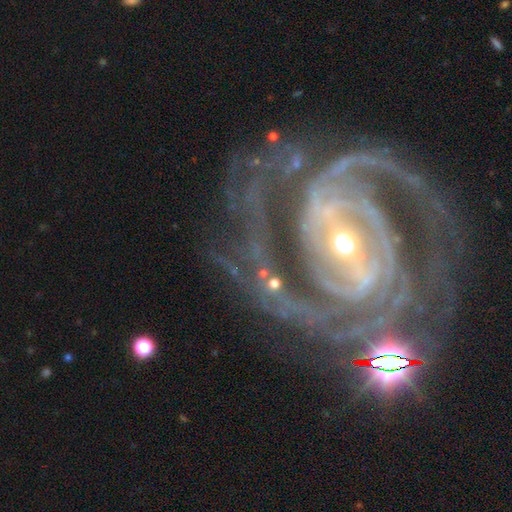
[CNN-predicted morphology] smooth_or_featured: featured or disk (p=0.92) [alt: star or artifact p=0.06]
disk_edge_on: no (p=0.98) [alt: yes p=0.02]
bar: strong (p=0.53) [alt: weak p=0.32]
has_spiral_arms: yes (p=0.98) [alt: no p=0.02]
spiral_winding: tight (p=0.51) [alt: medium p=0.41]
spiral_arm_count: 2 (p=0.43) [alt: 3 p=0.21]
bulge_size: small (p=0.55) [alt: moderate p=0.40]
merging: none (p=0.63) [alt: minor disturbance p=0.18]